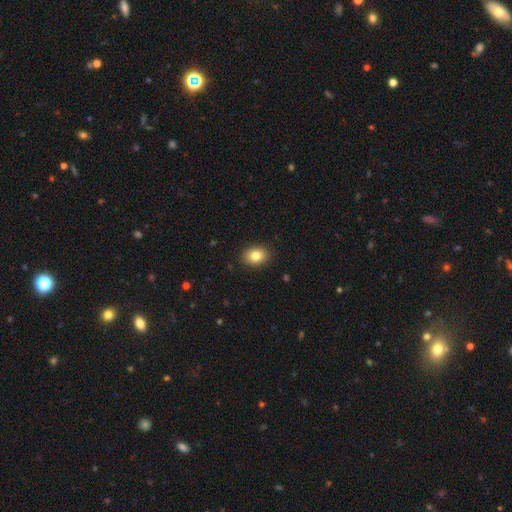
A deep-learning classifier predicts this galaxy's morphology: Q: Smooth or featured?
A: smooth (83%); runner-up: star or artifact (9%)
Q: How rounded?
A: in between (71%); runner-up: round (28%)
Q: Merging?
A: none (89%); runner-up: minor disturbance (8%)